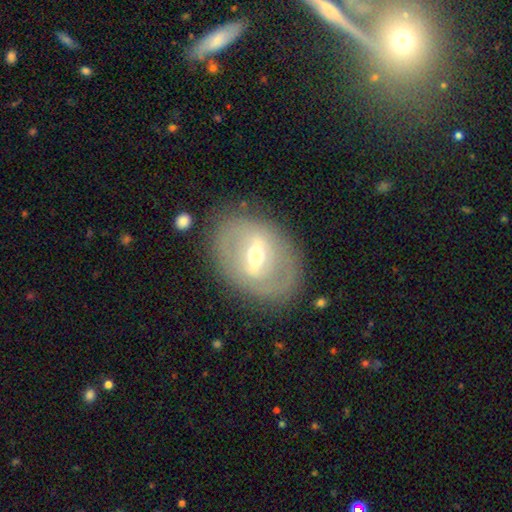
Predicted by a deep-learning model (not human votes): This appears to be a featured or disk galaxy (69%) with a strong bar (51%), no spiral arms (68%) and a moderate central bulge (64%). Merging: none (79%).